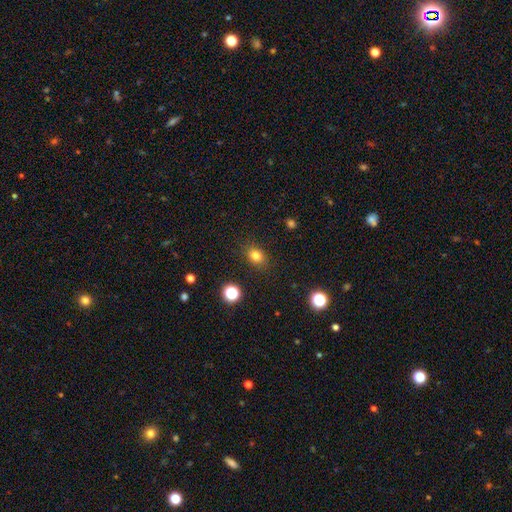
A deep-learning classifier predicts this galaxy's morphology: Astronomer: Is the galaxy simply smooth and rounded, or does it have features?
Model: smooth — 79%.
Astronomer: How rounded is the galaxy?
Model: in between — 52% (runner-up: round, 47%).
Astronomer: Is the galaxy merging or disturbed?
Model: none — 85%.